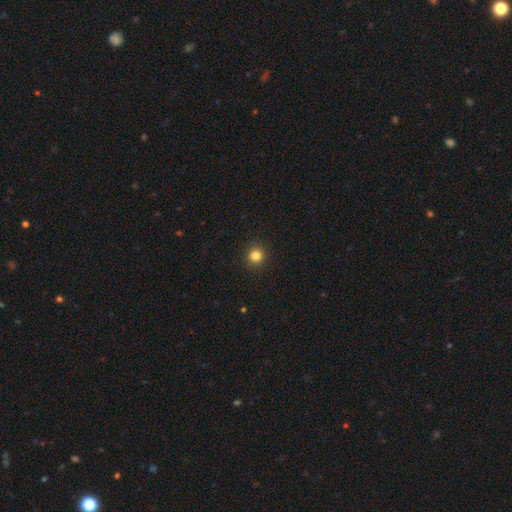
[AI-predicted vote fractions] Q: Smooth or featured?
A: smooth (83%); runner-up: star or artifact (13%)
Q: How rounded?
A: round (94%); runner-up: in between (5%)
Q: Merging?
A: none (93%); runner-up: minor disturbance (5%)